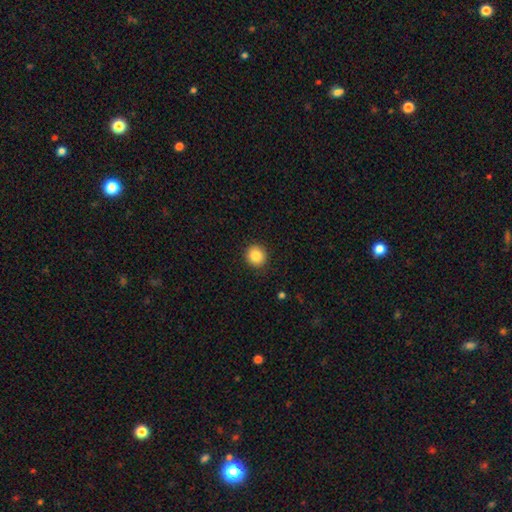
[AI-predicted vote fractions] Overall: smooth (85%). How rounded: round (92%). Merging: none (91%).